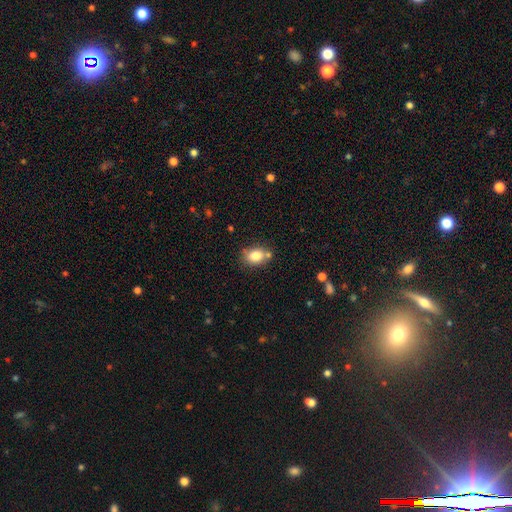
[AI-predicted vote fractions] Overall: smooth (82%). How rounded: in between (68%; round 31%). Merging: none (67%).